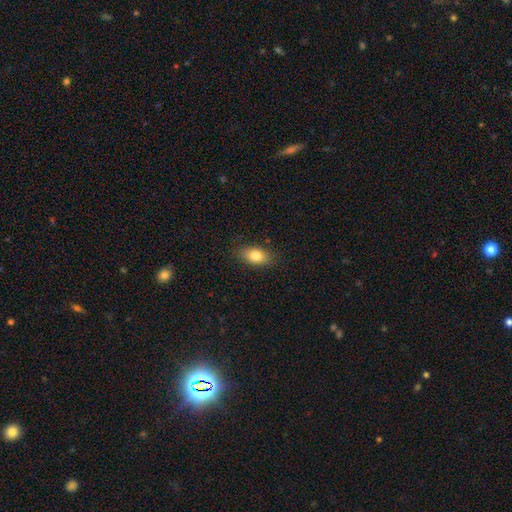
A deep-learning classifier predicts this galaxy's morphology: smooth_or_featured: smooth (p=0.81) [alt: featured or disk p=0.11]
how_rounded: in between (p=0.86) [alt: round p=0.09]
merging: none (p=0.86) [alt: minor disturbance p=0.10]